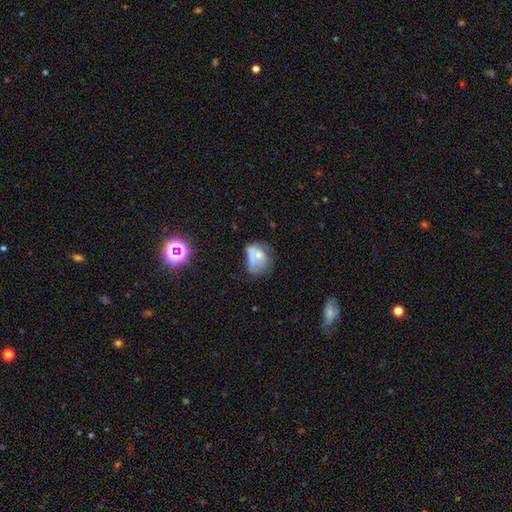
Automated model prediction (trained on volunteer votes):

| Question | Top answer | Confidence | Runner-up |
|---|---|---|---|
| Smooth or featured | smooth | 51% | featured or disk (37%) |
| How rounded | in between | 63% | round (36%) |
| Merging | major disturbance | 32% | minor disturbance (27%) |